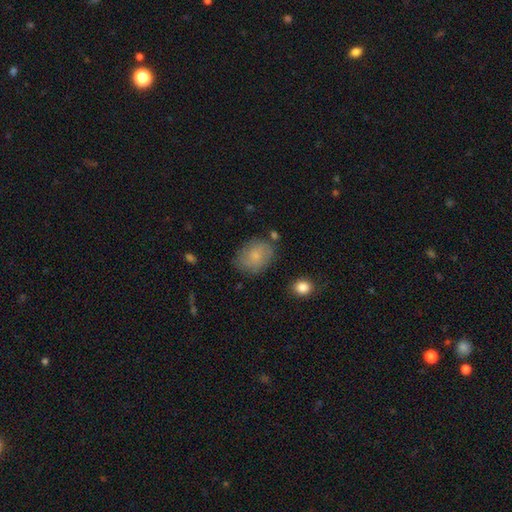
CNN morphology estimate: Smooth or featured?
  - smooth: 73% *
  - featured or disk: 19%
  - star or artifact: 9%
How rounded?
  - in between: 64% *
  - round: 35%
  - cigar-shaped: 1%
Merging?
  - none: 73% *
  - minor disturbance: 19%
  - major disturbance: 5%
  - merger: 3%